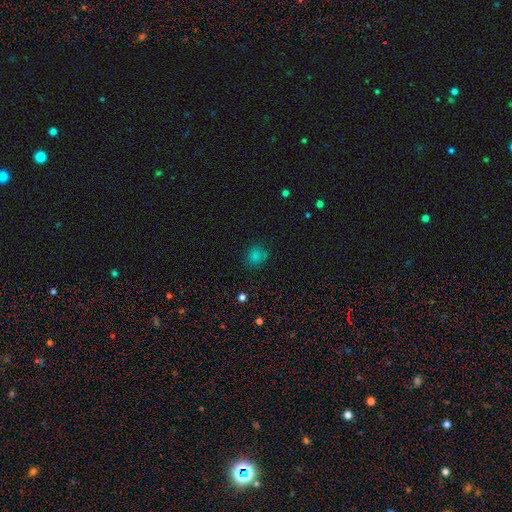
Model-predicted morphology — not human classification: A smooth galaxy with no disk features (70%) that is round (83%).

Vote fractions:
- Smooth or featured? smooth: 70% / star or artifact: 25% / featured or disk: 5%
- How rounded? round: 83% / in between: 16% / cigar-shaped: 1%
- Merging? none: 83% / minor disturbance: 12% / major disturbance: 4% / merger: 2%